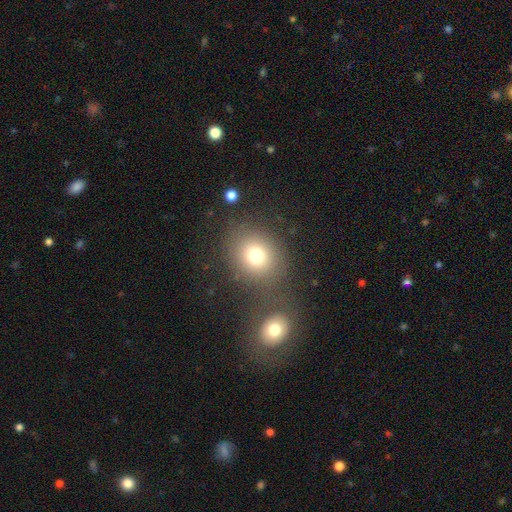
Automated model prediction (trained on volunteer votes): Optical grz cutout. It shows a smooth galaxy with no disk features (75%) that is round (72%). Merging: none (69%).